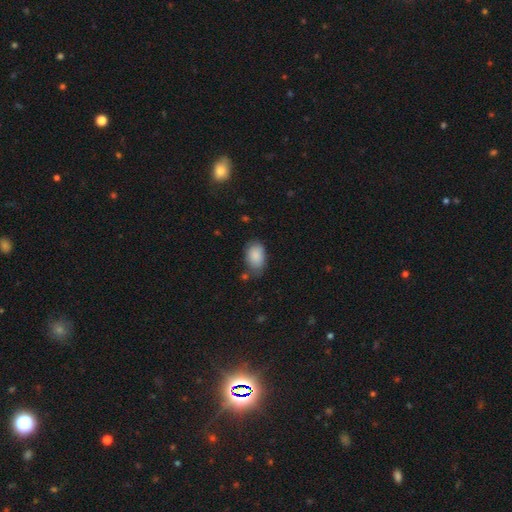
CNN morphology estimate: A smooth galaxy with no disk features (88%) that is in between round and cigar-shaped (89%).

Vote fractions:
- Smooth or featured? smooth: 88% / star or artifact: 7% / featured or disk: 6%
- How rounded? in between: 89% / round: 10% / cigar-shaped: 1%
- Merging? none: 66% / minor disturbance: 25% / major disturbance: 6% / merger: 4%